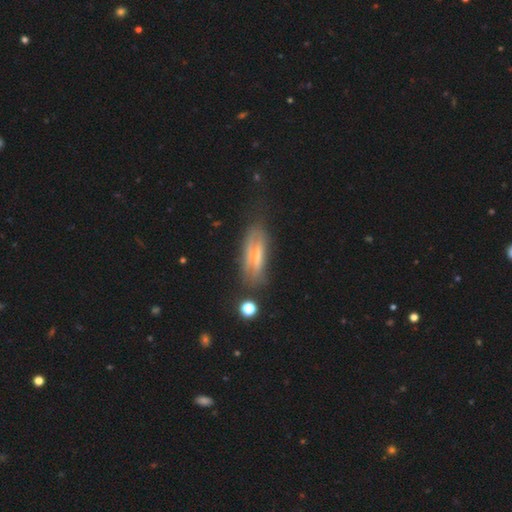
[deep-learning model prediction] Q: Smooth or featured?
A: featured or disk (56%); runner-up: smooth (33%)
Q: Edge-on disk?
A: yes (69%); runner-up: no (31%)
Q: Merging?
A: none (65%); runner-up: minor disturbance (22%)